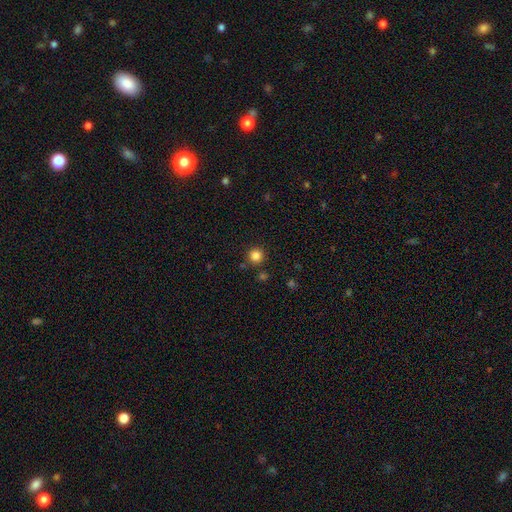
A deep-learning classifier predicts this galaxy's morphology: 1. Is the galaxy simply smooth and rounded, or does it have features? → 83% smooth, 13% star or artifact, 4% featured or disk.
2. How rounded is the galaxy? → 95% round, 4% in between, 1% cigar-shaped.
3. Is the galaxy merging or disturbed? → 88% none, 6% minor disturbance, 4% merger, 2% major disturbance.